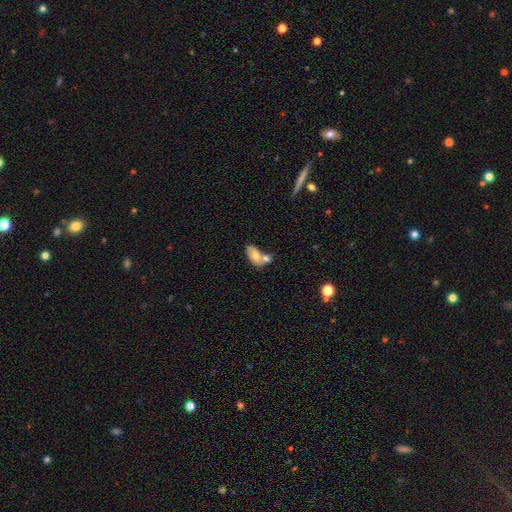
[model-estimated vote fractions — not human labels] Smooth or featured? smooth (64%)
How rounded? in between (90%)
Merging? merger (57%)